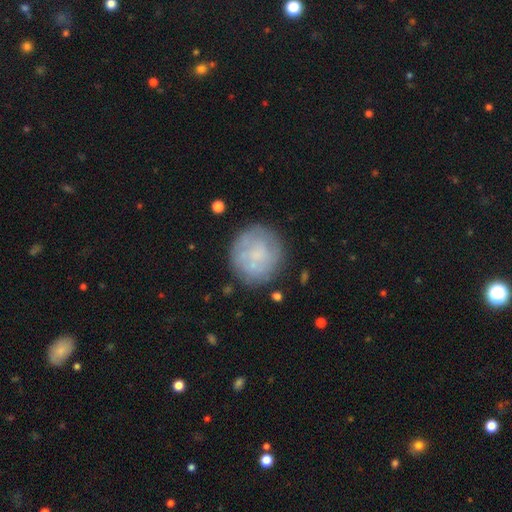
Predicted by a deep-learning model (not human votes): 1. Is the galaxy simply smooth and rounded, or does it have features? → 52% smooth, 39% featured or disk, 9% star or artifact.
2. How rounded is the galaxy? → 91% round, 8% in between, 1% cigar-shaped.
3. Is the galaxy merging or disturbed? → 74% none, 15% minor disturbance, 7% major disturbance, 4% merger.